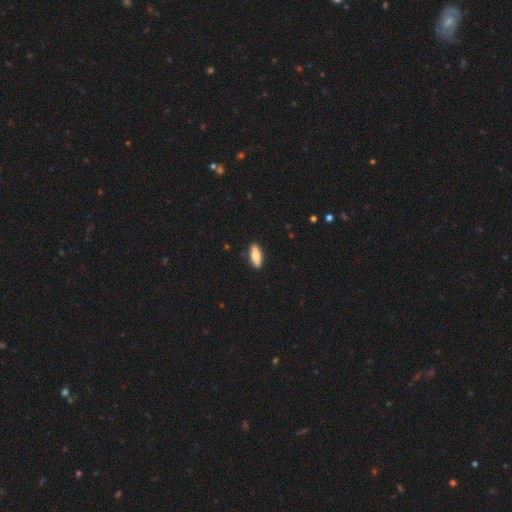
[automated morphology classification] type=smooth (78%); roundness=in between (63%); merging=none (88%).